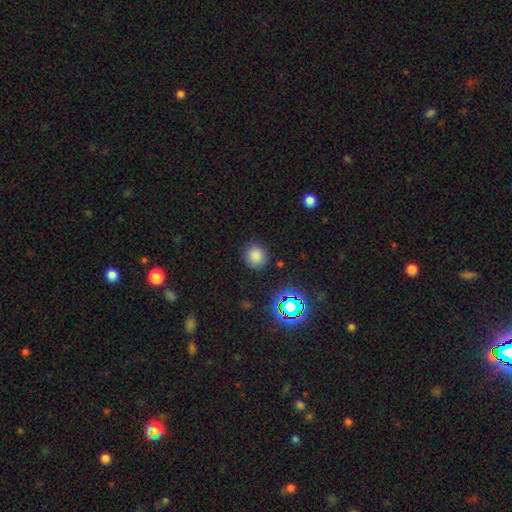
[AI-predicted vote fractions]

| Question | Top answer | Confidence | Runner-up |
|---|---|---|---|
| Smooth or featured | smooth | 79% | star or artifact (16%) |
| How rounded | round | 86% | in between (13%) |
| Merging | none | 87% | minor disturbance (8%) |